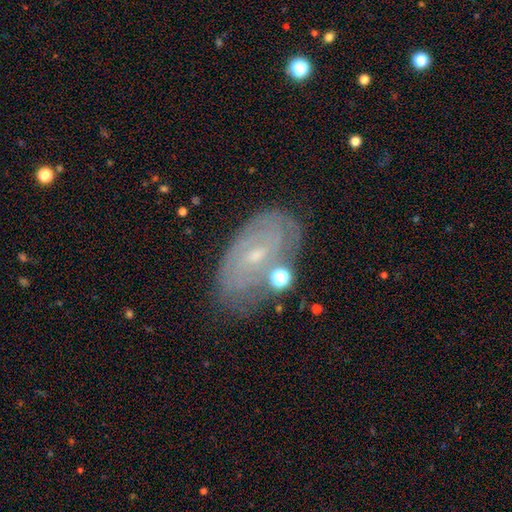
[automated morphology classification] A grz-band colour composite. It shows a featured or disk galaxy (67%) with no bar (46%), spiral arms (74%) and a small central bulge (74%). Merging: none (68%).